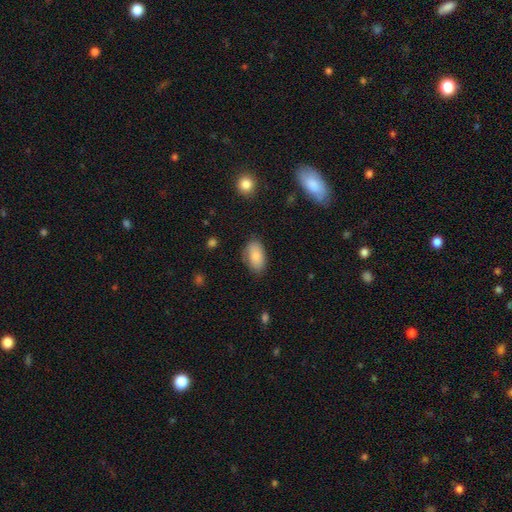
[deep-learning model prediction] This appears to be a smooth galaxy with no disk features (83%) that is in between round and cigar-shaped (93%). Merging: none (75%).